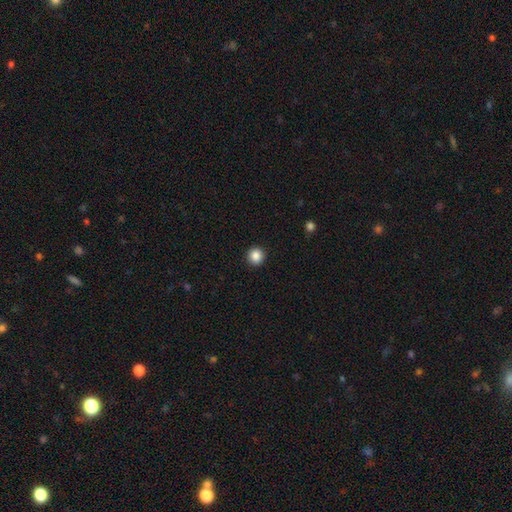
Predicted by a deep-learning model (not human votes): Q: Smooth or featured?
A: smooth (87%); runner-up: star or artifact (10%)
Q: How rounded?
A: round (94%); runner-up: in between (5%)
Q: Merging?
A: none (93%); runner-up: minor disturbance (5%)